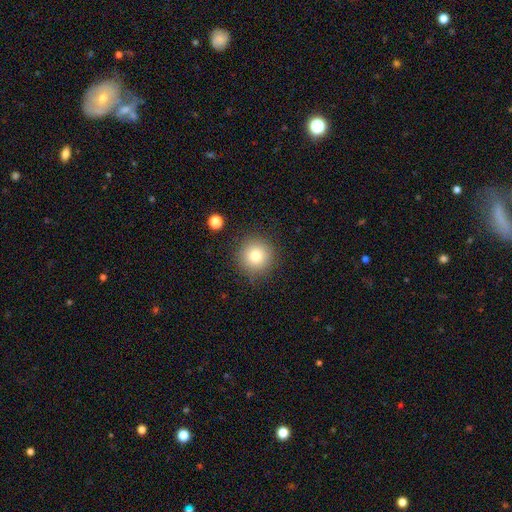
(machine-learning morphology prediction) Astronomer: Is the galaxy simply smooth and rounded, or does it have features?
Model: smooth — 77%.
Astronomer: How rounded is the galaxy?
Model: round — 95%.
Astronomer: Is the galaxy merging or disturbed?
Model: none — 87%.